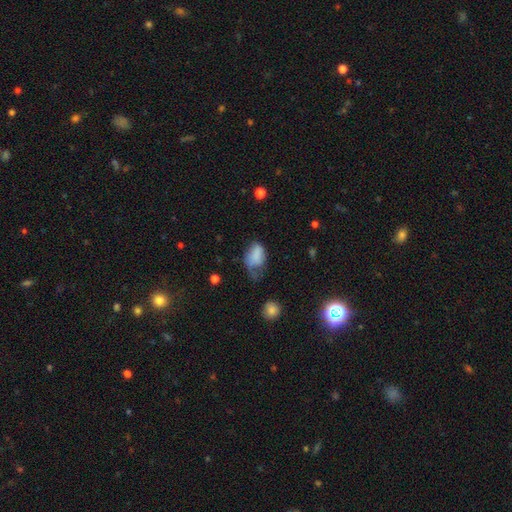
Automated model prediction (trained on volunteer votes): A smooth galaxy with no disk features (76%) that is in between round and cigar-shaped (86%). Merging: major disturbance (39%).